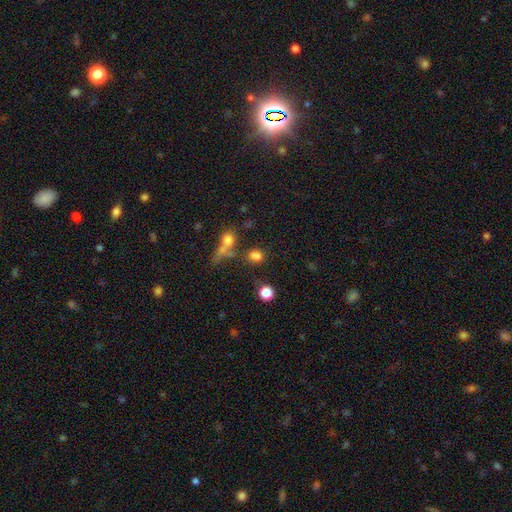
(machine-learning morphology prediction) Smooth or featured: smooth — 75% (star or artifact — 17%)
How rounded: round — 50% (in between — 46%)
Merging: none — 58% (merger — 21%)